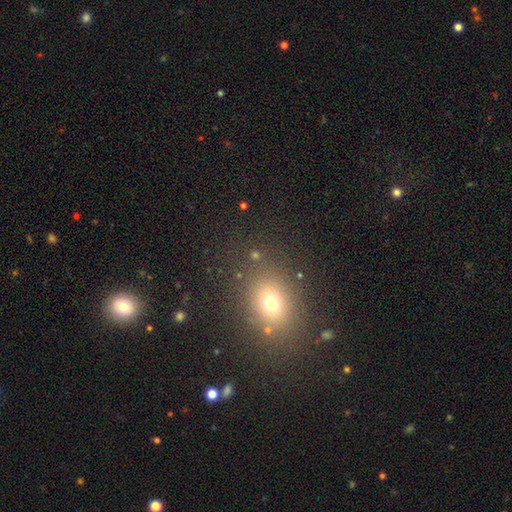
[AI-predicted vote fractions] The model was most divided on "how rounded": in between: 52%, round: 46%, cigar-shaped: 2%. More confident: merging — none (80%); smooth or featured — smooth (65%).